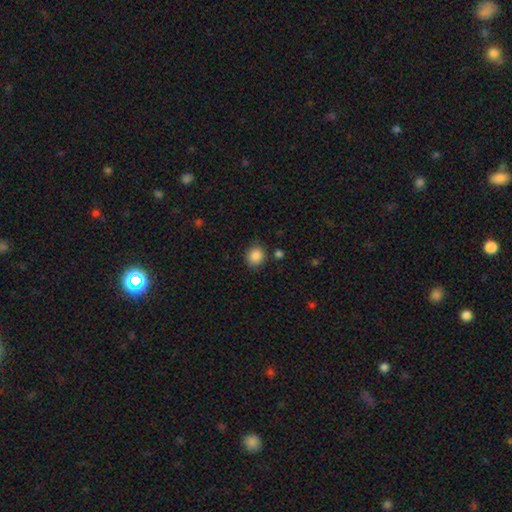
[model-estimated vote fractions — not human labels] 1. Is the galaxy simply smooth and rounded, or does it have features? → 87% smooth, 9% star or artifact, 4% featured or disk.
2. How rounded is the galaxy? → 80% round, 19% in between, 1% cigar-shaped.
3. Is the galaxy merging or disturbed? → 84% none, 10% minor disturbance, 3% merger, 3% major disturbance.